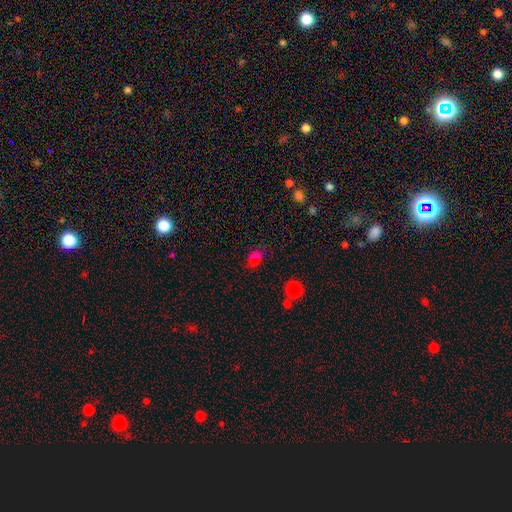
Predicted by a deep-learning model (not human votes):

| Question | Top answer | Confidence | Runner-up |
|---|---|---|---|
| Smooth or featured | smooth | 69% | star or artifact (23%) |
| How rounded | in between | 70% | round (28%) |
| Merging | none | 72% | minor disturbance (16%) |